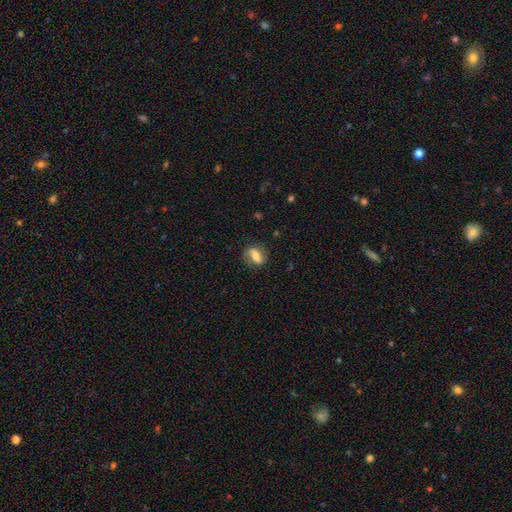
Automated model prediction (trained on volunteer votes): Morphology: type=smooth (48%); merging=none (75%).